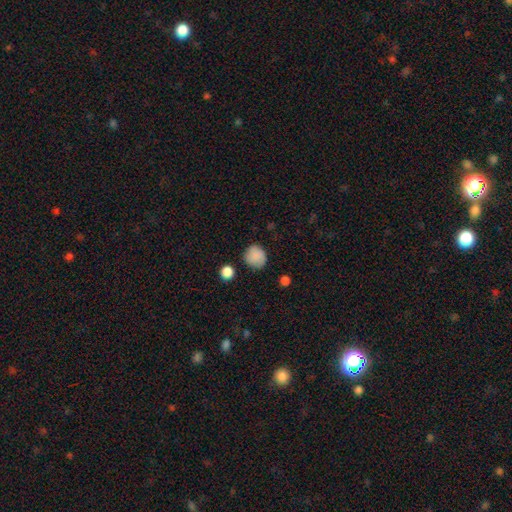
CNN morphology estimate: A smooth galaxy with no disk features (86%) that is round (84%).

Vote fractions:
- Smooth or featured? smooth: 86% / star or artifact: 8% / featured or disk: 5%
- How rounded? round: 84% / in between: 15% / cigar-shaped: 1%
- Merging? none: 80% / minor disturbance: 14% / major disturbance: 4% / merger: 2%